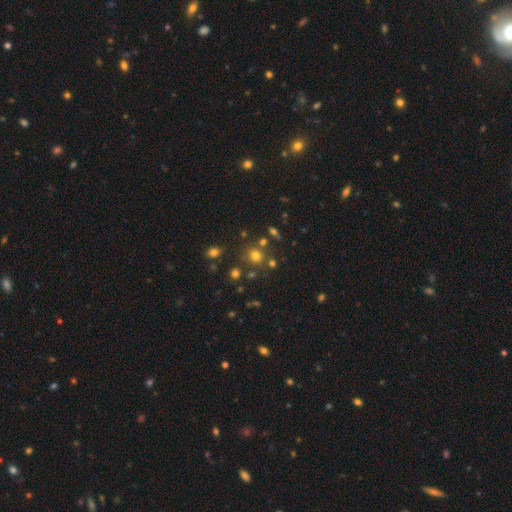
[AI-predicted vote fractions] Overall: smooth (68%). How rounded: round (87%). Merging: none (73%).